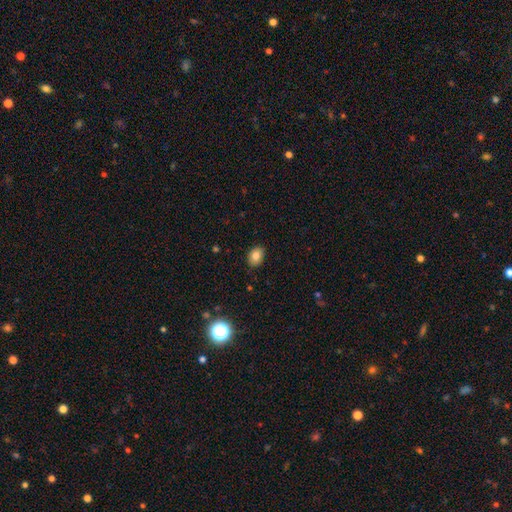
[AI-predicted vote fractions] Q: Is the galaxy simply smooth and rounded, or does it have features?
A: smooth — 81%.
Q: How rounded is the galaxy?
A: in between — 75%.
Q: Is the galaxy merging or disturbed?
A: none — 88%.